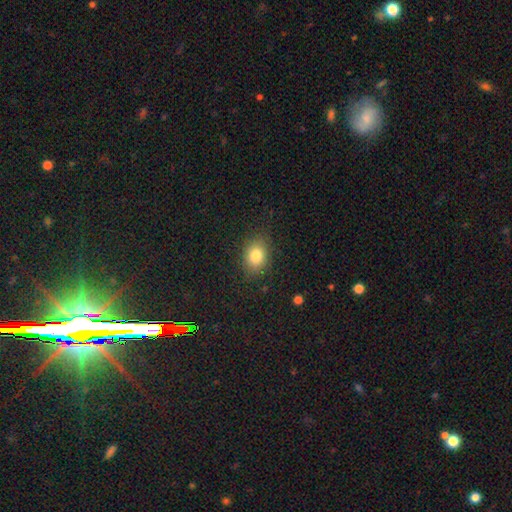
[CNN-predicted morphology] Smooth or featured? smooth (81%)
How rounded? in between (58%)
Merging? none (85%)